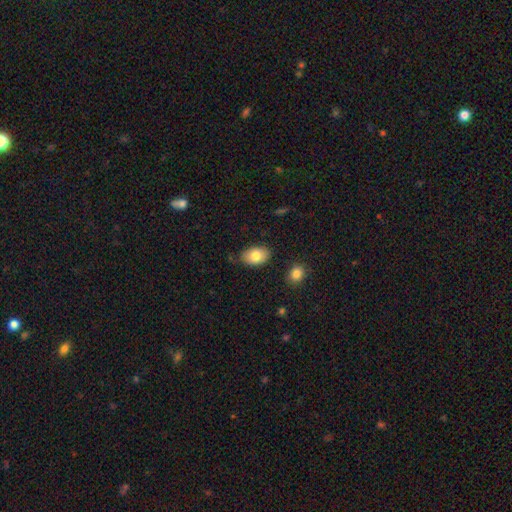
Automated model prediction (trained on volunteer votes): smooth 81%, featured or disk 12%, star or artifact 7%. Down the decision tree: how rounded — in between (88%); merging — none (80%).